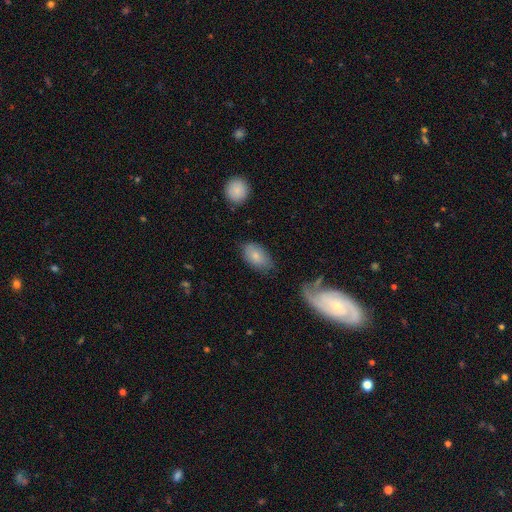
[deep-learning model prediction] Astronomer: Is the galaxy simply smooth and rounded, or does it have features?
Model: smooth — 78%.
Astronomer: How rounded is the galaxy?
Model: in between — 92%.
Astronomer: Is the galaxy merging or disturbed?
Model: none — 69%.